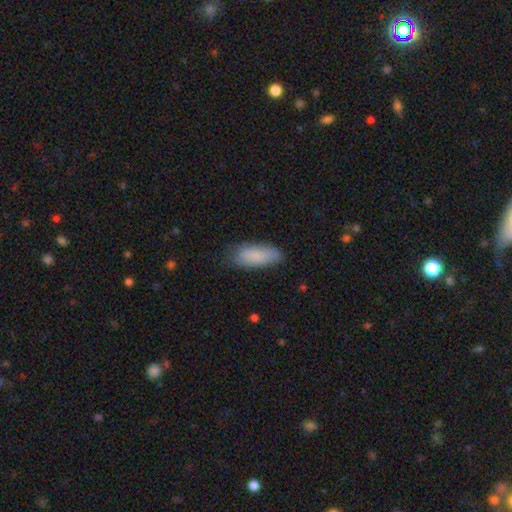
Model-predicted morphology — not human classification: smooth 88%, star or artifact 6%, featured or disk 6%. Down the decision tree: how rounded — in between (76%); merging — none (75%).